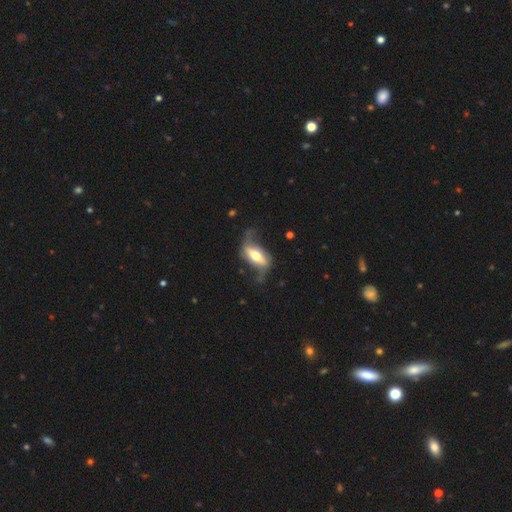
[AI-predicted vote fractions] Smooth or featured?
  - featured or disk: 65% *
  - smooth: 29%
  - star or artifact: 6%
Edge-on disk?
  - no: 62% *
  - yes: 38%
Merging?
  - none: 44% *
  - minor disturbance: 27%
  - major disturbance: 26%
  - merger: 4%